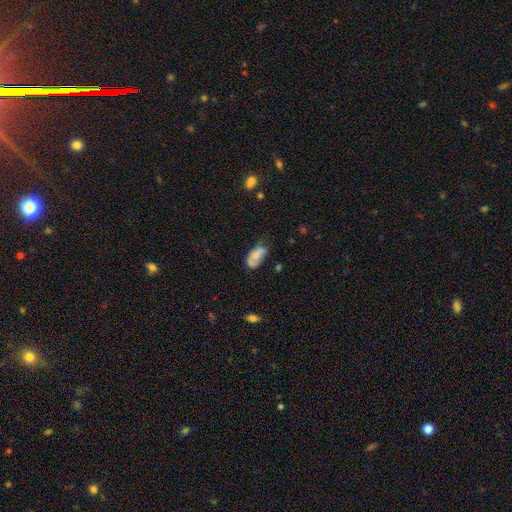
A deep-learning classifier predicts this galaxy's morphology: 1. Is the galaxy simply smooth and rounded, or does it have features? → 56% smooth, 35% featured or disk, 8% star or artifact.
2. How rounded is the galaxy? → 92% in between, 6% round, 3% cigar-shaped.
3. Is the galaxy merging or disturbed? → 49% none, 32% minor disturbance, 15% major disturbance, 4% merger.